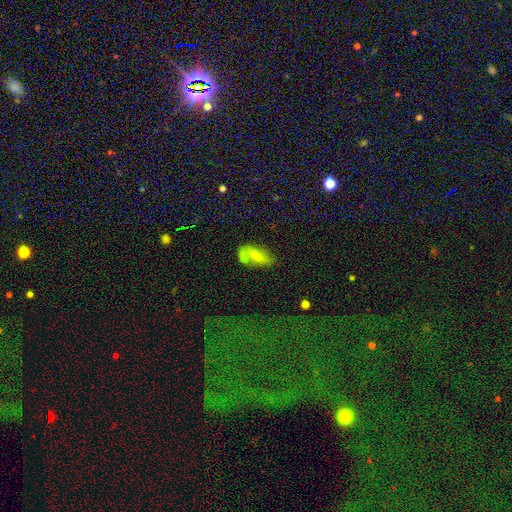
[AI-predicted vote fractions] Smooth or featured? Predicted: smooth (p=0.70). How rounded? Predicted: in between (p=0.81). Merging? Predicted: none (p=0.40).